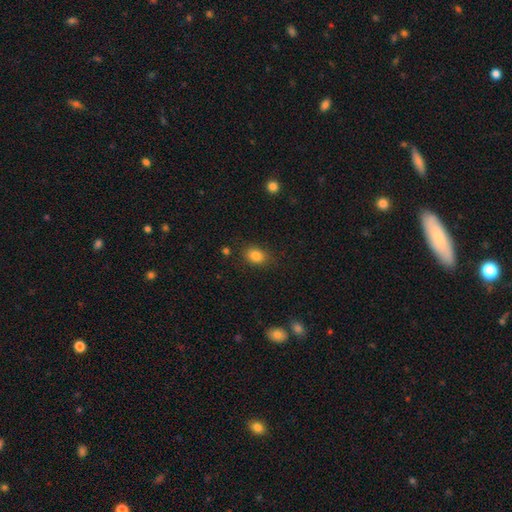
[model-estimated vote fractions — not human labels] The model was most divided on "how rounded": in between: 66%, round: 32%, cigar-shaped: 1%. More confident: smooth or featured — smooth (84%); merging — none (82%).